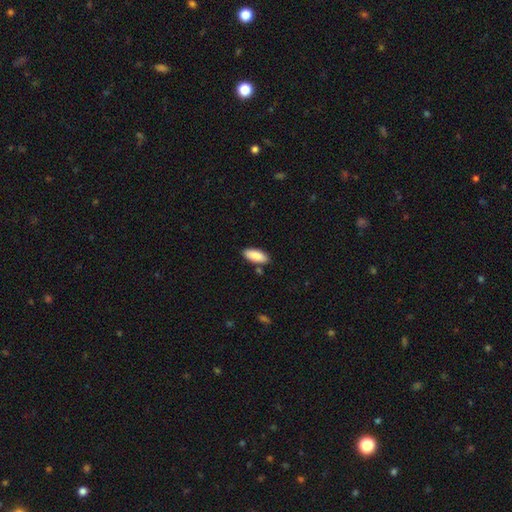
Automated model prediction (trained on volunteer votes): smooth-or-featured: smooth: 85% | featured or disk: 9% | star or artifact: 6%
  how-rounded: in between: 82% | cigar-shaped: 16% | round: 2%
  merging: none: 83% | minor disturbance: 11% | merger: 4% | major disturbance: 2%